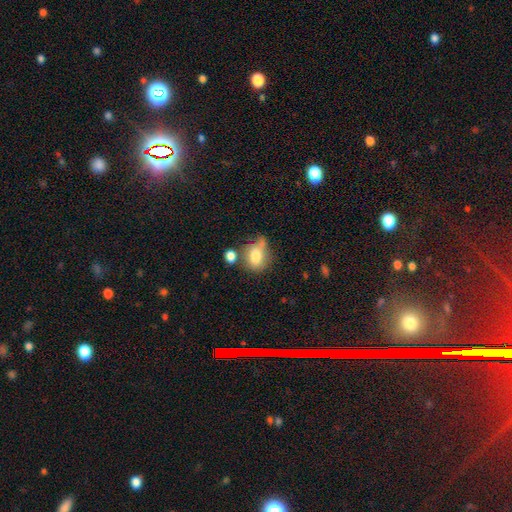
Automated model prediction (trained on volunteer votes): smooth_or_featured: smooth (p=0.74) [alt: featured or disk p=0.16]
how_rounded: in between (p=0.58) [alt: round p=0.39]
merging: none (p=0.42) [alt: minor disturbance p=0.25]